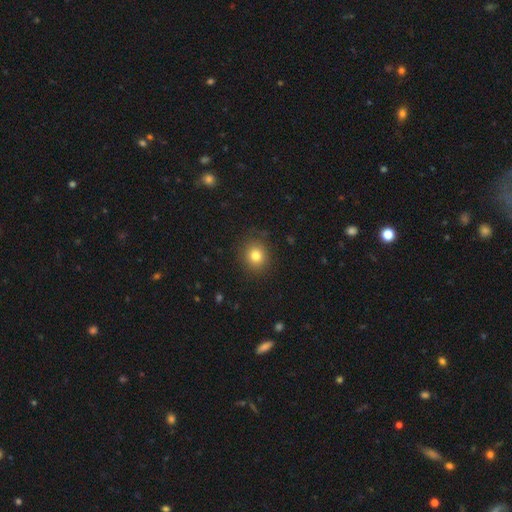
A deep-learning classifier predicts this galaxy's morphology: Smooth or featured? Predicted: smooth (p=0.81). How rounded? Predicted: round (p=0.84). Merging? Predicted: none (p=0.88).